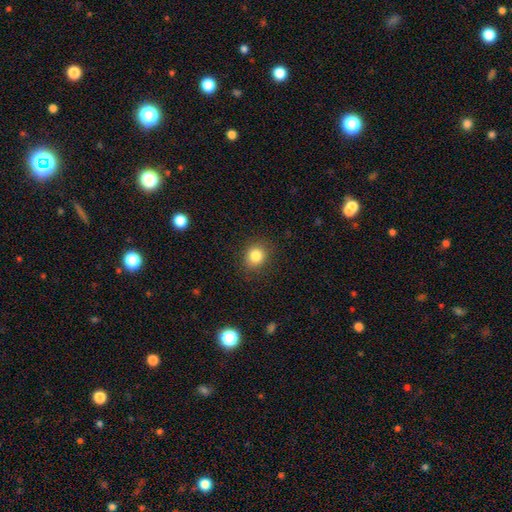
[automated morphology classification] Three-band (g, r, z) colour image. It shows a smooth galaxy with no disk features (83%) that is round (74%). Merging: none (87%).